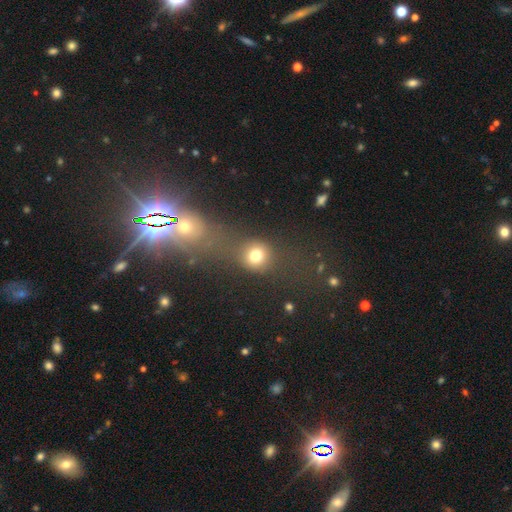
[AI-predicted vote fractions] Smooth or featured? Predicted: smooth (p=0.76). How rounded? Predicted: round (p=0.81). Merging? Predicted: none (p=0.53).